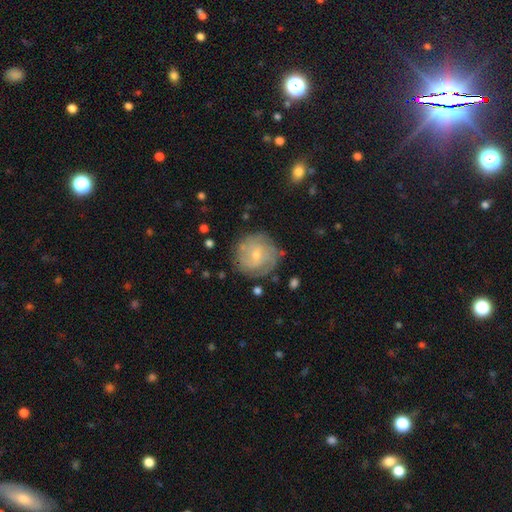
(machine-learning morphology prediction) This is likely a featured or disk galaxy (65%). It is clearly not viewed edge-on (97%). Bar: possibly no (59%). Spiral arm pattern: clearly yes (86%). Spiral arm count: possibly can't tell (48%). Spiral winding: likely tight (65%). Central bulge: likely small (63%). Merging: likely none (79%).